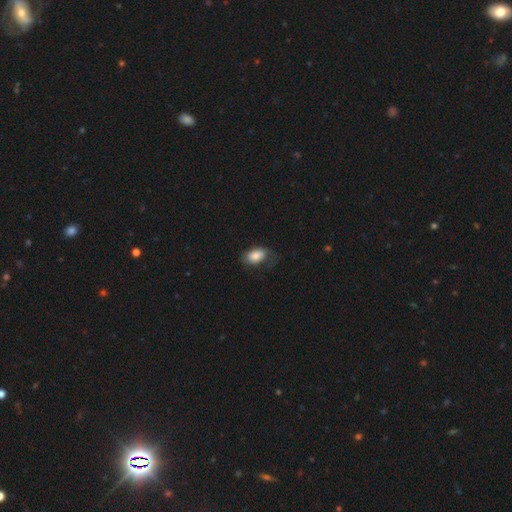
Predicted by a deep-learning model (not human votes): A smooth galaxy with no disk features (79%) that is in between round and cigar-shaped (89%). Merging: none (46%).